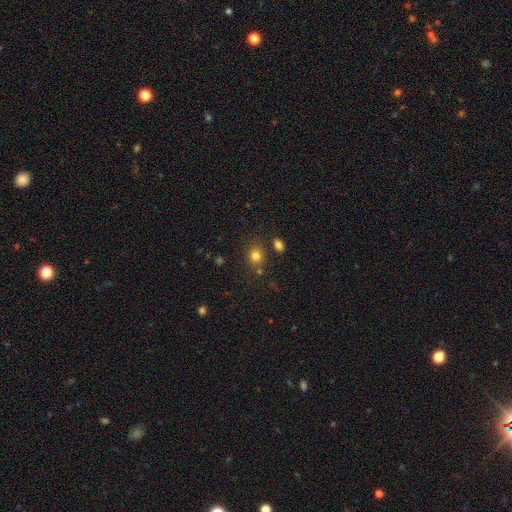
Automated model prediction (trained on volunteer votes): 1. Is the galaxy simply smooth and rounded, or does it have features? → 80% smooth, 13% star or artifact, 7% featured or disk.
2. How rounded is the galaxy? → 67% round, 32% in between, 1% cigar-shaped.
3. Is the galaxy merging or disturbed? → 78% none, 11% minor disturbance, 8% merger, 4% major disturbance.